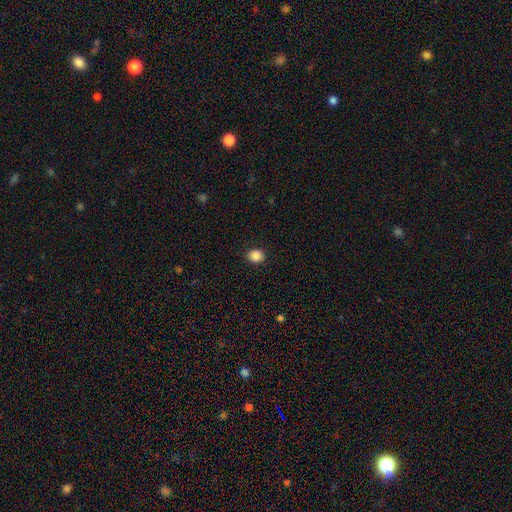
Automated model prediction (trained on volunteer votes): A smooth galaxy with no disk features (88%) that is round (60%). Merging: none (90%).